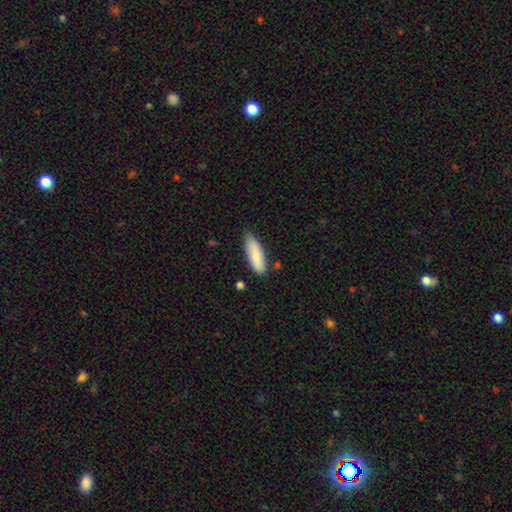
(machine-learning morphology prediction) Smooth or featured? Predicted: smooth (p=0.85). How rounded? Predicted: in between (p=0.58). Merging? Predicted: none (p=0.73).